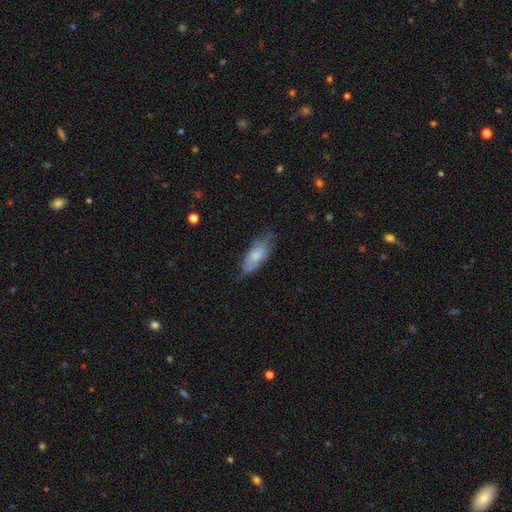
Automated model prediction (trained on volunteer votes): Smooth or featured? smooth (67%)
How rounded? in between (76%)
Merging? none (60%)